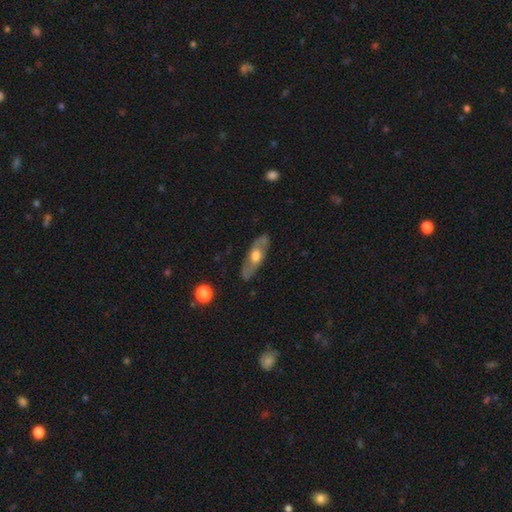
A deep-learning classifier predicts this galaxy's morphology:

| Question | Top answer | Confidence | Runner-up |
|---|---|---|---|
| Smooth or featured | featured or disk | 54% | smooth (40%) |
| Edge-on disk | no | 60% | yes (40%) |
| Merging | none | 79% | minor disturbance (15%) |